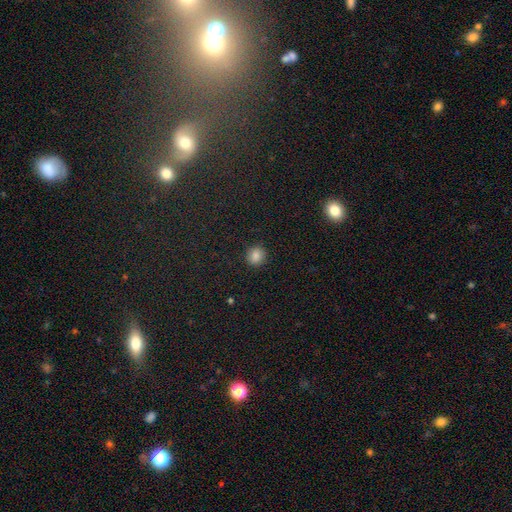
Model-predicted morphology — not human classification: This is clearly a smooth galaxy (84%). How rounded: clearly round (86%). Merging: clearly none (89%).